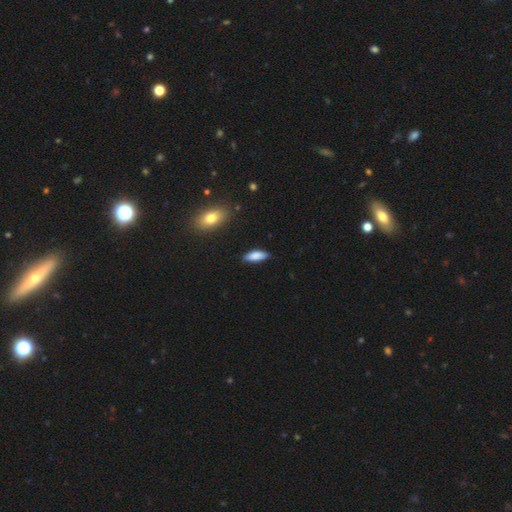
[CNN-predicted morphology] The model was most divided on "how rounded": in between: 62%, cigar-shaped: 36%, round: 2%. More confident: smooth or featured — smooth (83%); merging — none (83%).